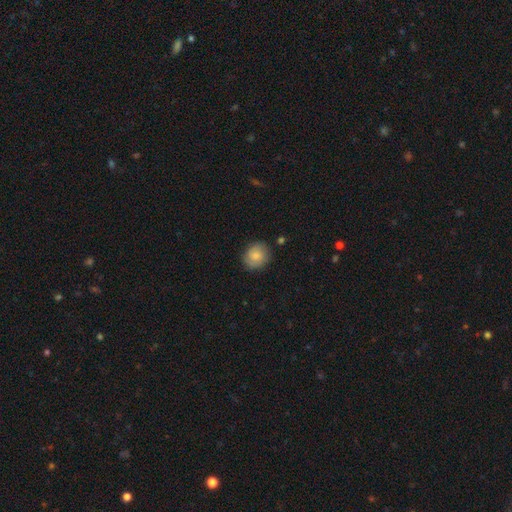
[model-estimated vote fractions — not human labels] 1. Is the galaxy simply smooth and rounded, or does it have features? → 73% smooth, 19% featured or disk, 8% star or artifact.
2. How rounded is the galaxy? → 75% round, 24% in between, 1% cigar-shaped.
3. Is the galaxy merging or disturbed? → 80% none, 15% minor disturbance, 3% major disturbance, 2% merger.